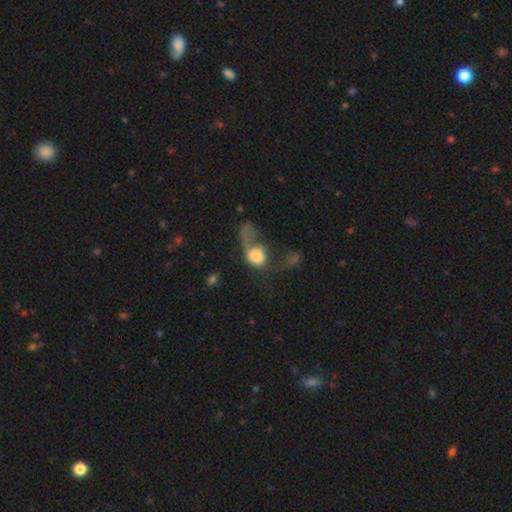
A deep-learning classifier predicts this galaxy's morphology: A smooth galaxy with no disk features (67%) that is round (60%). Merging: major disturbance (63%).